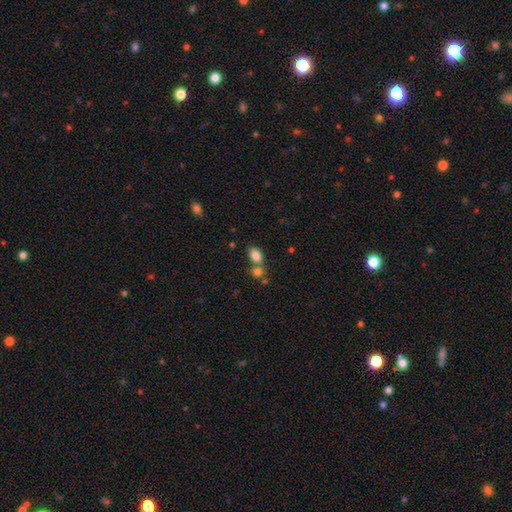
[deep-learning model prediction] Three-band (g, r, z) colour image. It shows a smooth galaxy with no disk features (83%) that is in between round and cigar-shaped (86%). Merging: none (50%).